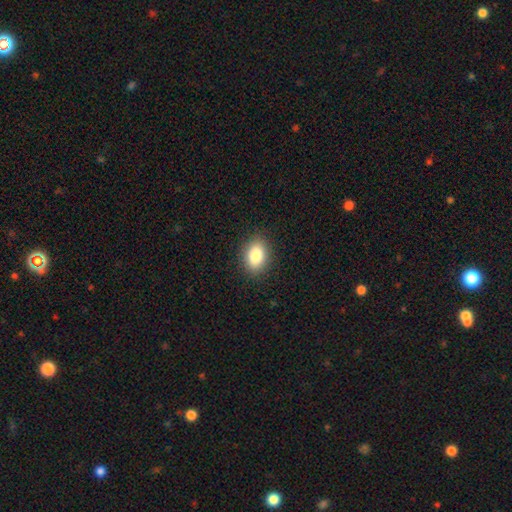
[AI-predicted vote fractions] The model was most divided on "how rounded": in between: 79%, round: 19%, cigar-shaped: 1%. More confident: merging — none (88%); smooth or featured — smooth (83%).